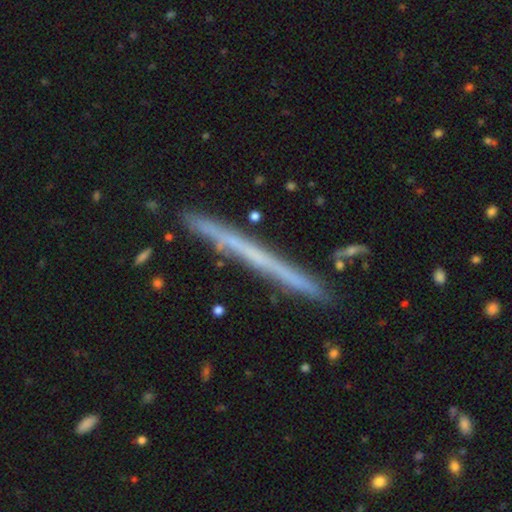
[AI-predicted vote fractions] Smooth or featured? featured or disk (57%)
Edge-on disk? yes (97%)
Edge-on bulge? none (93%)
Merging? none (89%)